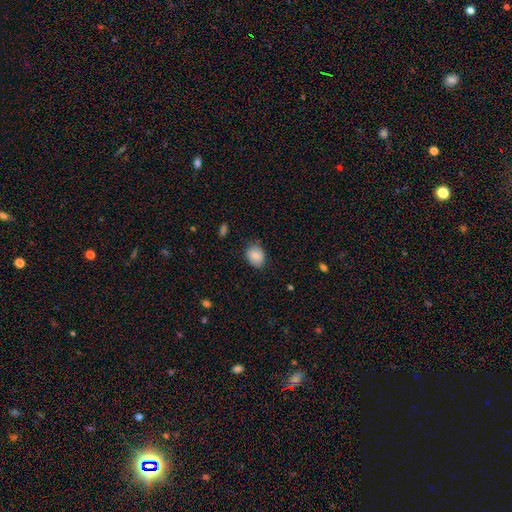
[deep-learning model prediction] A smooth galaxy with no disk features (84%) that is in between round and cigar-shaped (52%). Merging: none (77%).